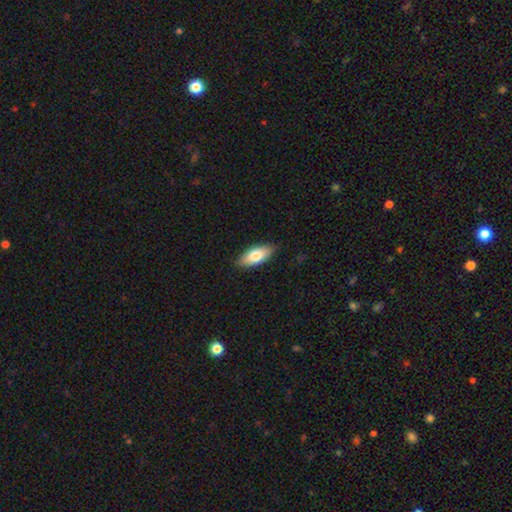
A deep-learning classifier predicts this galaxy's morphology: This appears to be a smooth galaxy with no disk features (77%) that is in between round and cigar-shaped (84%). Merging: none (87%).